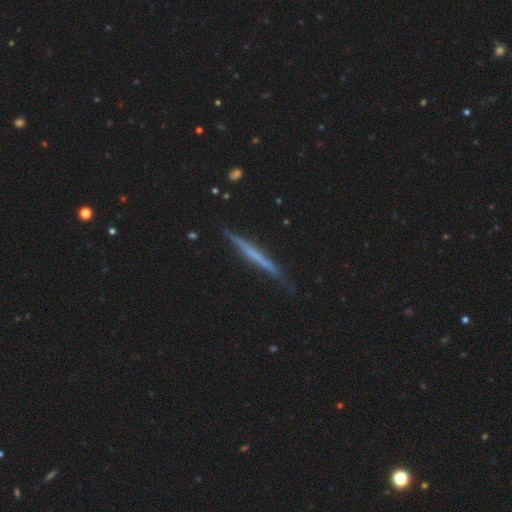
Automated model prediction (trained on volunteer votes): Q: Smooth or featured?
A: featured or disk (57%); runner-up: smooth (37%)
Q: Edge-on disk?
A: yes (97%); runner-up: no (3%)
Q: Edge-on bulge?
A: none (87%); runner-up: rounded (7%)
Q: Merging?
A: none (85%); runner-up: minor disturbance (11%)